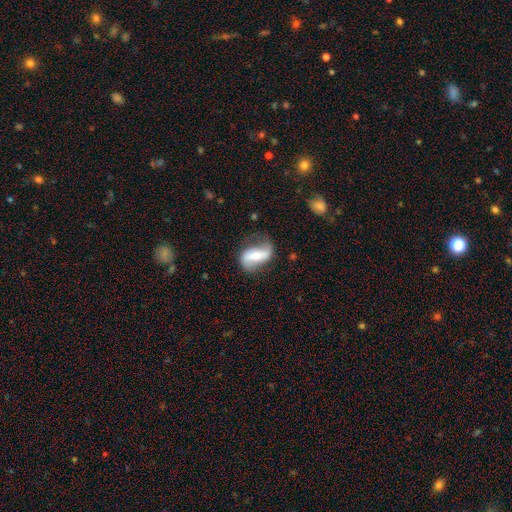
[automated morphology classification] A featured or disk galaxy (69%) with a strong bar (51%), 2 (87%) loose (69%) spiral arms (84%) and a moderate central bulge (50%). Merging: none (63%).